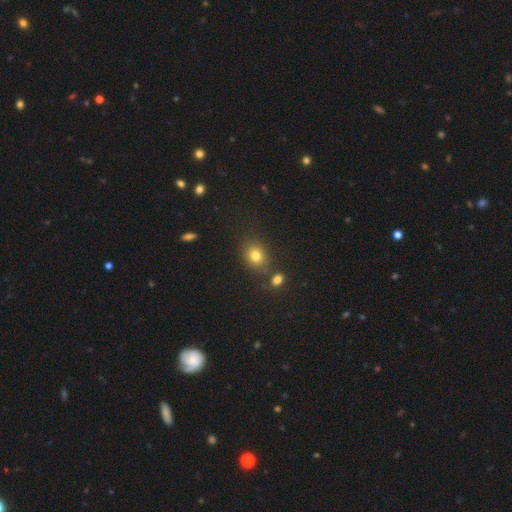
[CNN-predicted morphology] Q: Smooth or featured?
A: smooth (79%); runner-up: star or artifact (13%)
Q: How rounded?
A: round (58%); runner-up: in between (41%)
Q: Merging?
A: none (75%); runner-up: minor disturbance (11%)